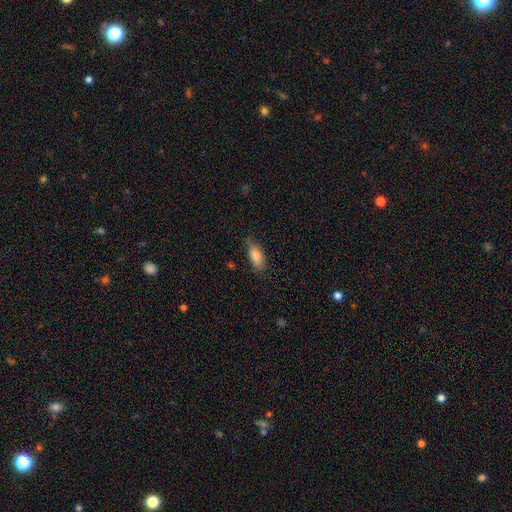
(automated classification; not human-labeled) This appears to be a smooth galaxy with no disk features (82%) that is in between round and cigar-shaped (80%). Merging: none (76%).